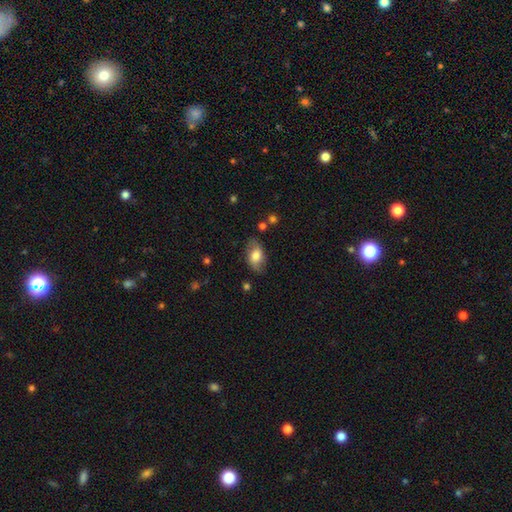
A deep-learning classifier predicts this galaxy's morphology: Smooth or featured? Predicted: smooth (p=0.69). How rounded? Predicted: in between (p=0.91). Merging? Predicted: none (p=0.77).